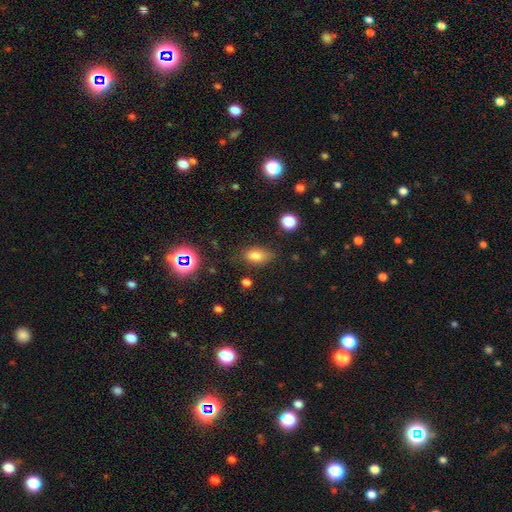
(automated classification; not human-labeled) The model was most divided on "merging": none: 75%, minor disturbance: 18%, major disturbance: 5%, merger: 3%. More confident: how rounded — in between (84%); smooth or featured — smooth (77%).